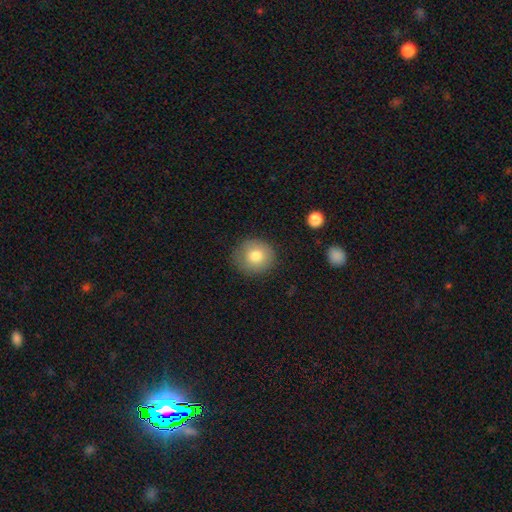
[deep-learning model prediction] Overall: smooth (78%). How rounded: round (85%). Merging: none (81%).